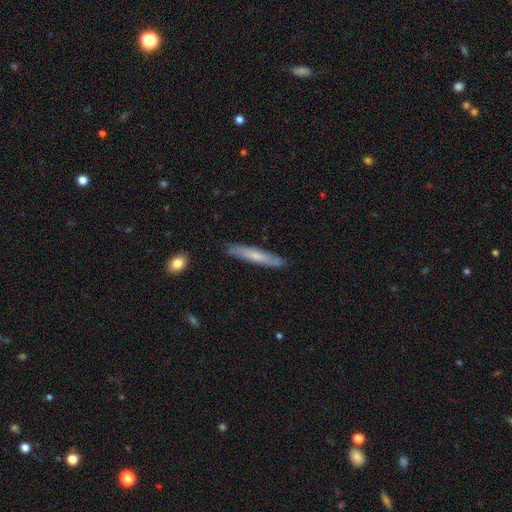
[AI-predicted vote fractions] Smooth or featured? smooth (58%)
How rounded? cigar-shaped (94%)
Merging? none (87%)